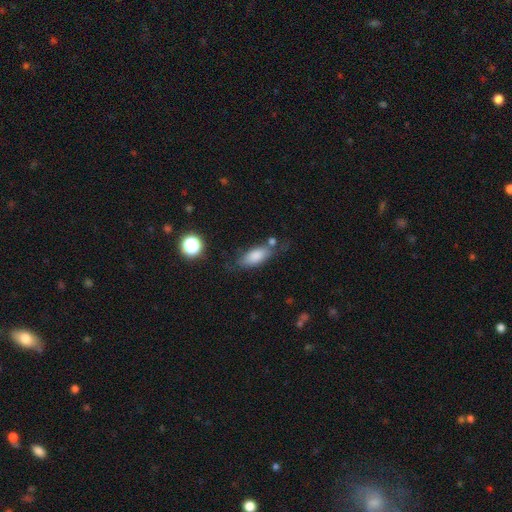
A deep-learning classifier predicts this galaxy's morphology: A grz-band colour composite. It shows a smooth galaxy with no disk features (81%) that is in between round and cigar-shaped (81%). Merging: none (60%).